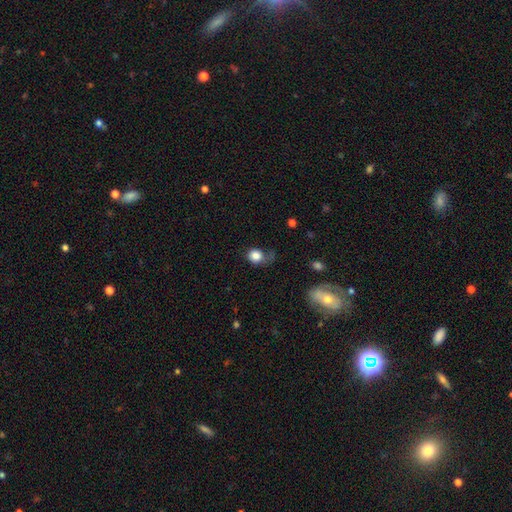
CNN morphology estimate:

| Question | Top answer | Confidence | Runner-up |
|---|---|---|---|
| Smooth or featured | smooth | 83% | star or artifact (9%) |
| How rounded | round | 72% | in between (27%) |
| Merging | none | 42% | minor disturbance (29%) |